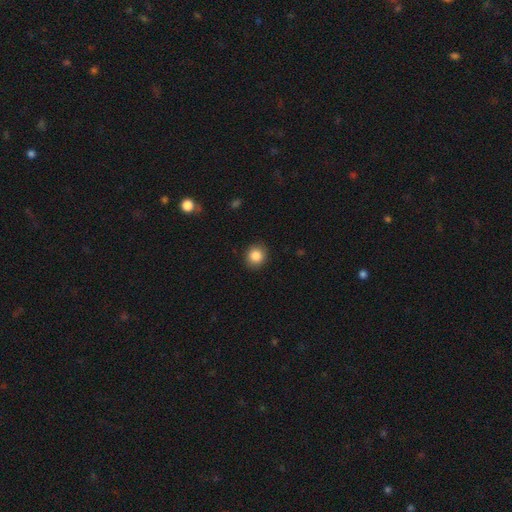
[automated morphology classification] This appears to be a smooth galaxy with no disk features (86%) that is round (84%). Merging: none (90%).